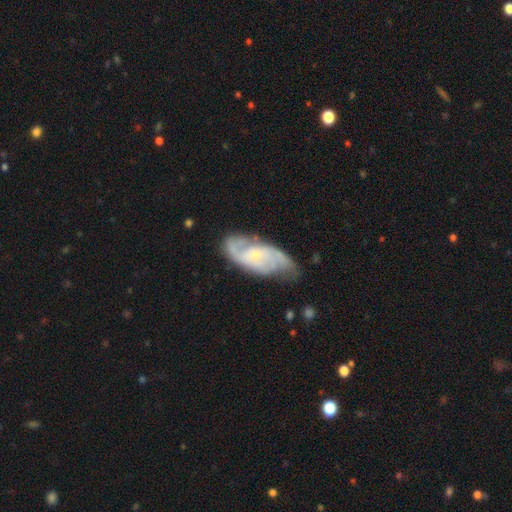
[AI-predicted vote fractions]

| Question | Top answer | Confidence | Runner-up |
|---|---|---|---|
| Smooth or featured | featured or disk | 82% | smooth (13%) |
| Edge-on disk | no | 95% | yes (5%) |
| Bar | no | 59% | weak (33%) |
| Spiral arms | yes | 94% | no (6%) |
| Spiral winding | medium | 47% | tight (35%) |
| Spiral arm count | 2 | 72% | can't tell (14%) |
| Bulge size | small | 71% | moderate (24%) |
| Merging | none | 64% | minor disturbance (25%) |